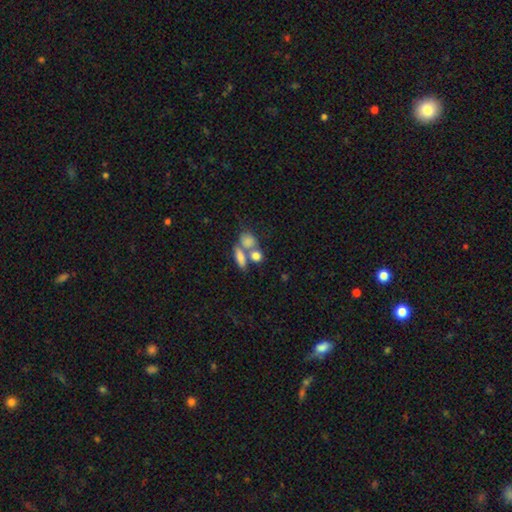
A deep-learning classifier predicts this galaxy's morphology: smooth_or_featured: smooth (p=0.75) [alt: featured or disk p=0.14]
how_rounded: in between (p=0.50) [alt: round p=0.44]
merging: merger (p=0.48) [alt: none p=0.37]